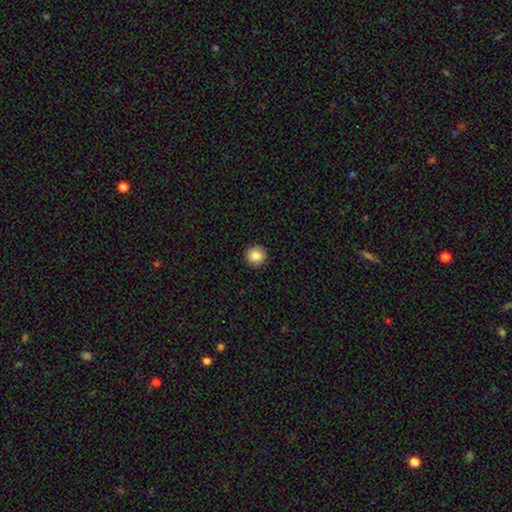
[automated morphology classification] Smooth or featured? Predicted: smooth (p=0.87). How rounded? Predicted: round (p=0.94). Merging? Predicted: none (p=0.93).